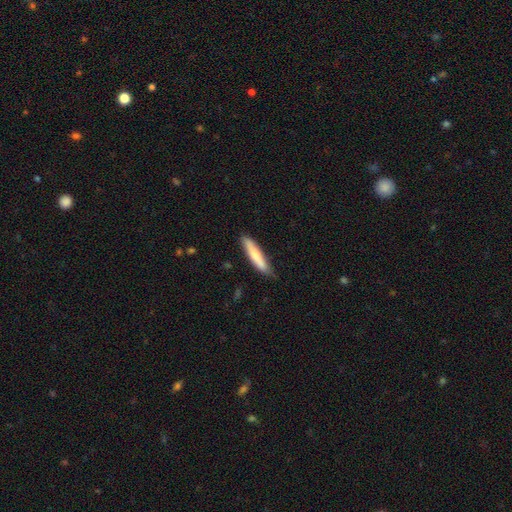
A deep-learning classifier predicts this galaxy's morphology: smooth-or-featured: smooth: 73% | featured or disk: 22% | star or artifact: 5%
  how-rounded: cigar-shaped: 84% | in between: 15% | round: 1%
  merging: none: 79% | minor disturbance: 17% | major disturbance: 2% | merger: 1%